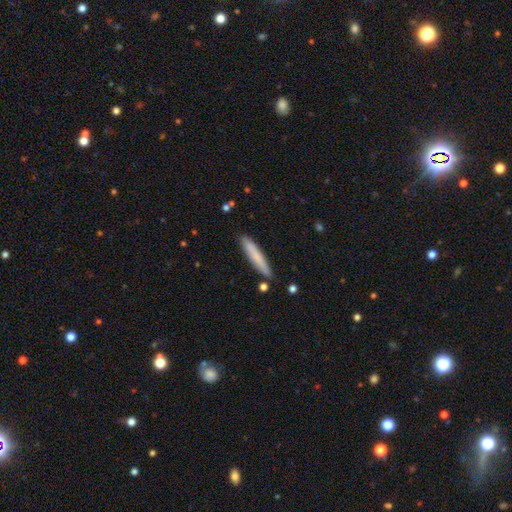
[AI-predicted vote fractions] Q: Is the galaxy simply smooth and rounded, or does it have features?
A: smooth — 76%.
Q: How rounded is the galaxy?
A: cigar-shaped — 93%.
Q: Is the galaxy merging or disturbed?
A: none — 86%.